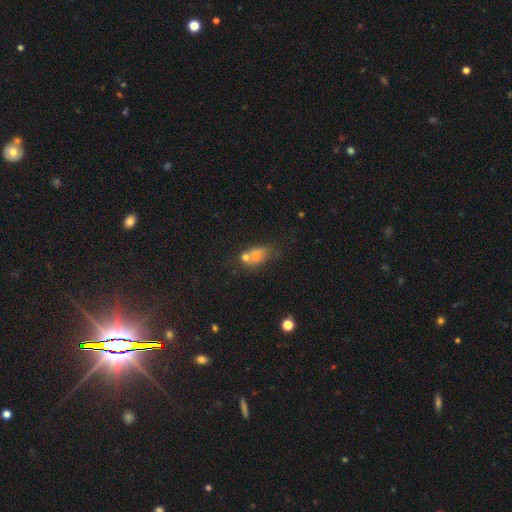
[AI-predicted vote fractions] Smooth or featured? smooth (60%)
How rounded? in between (60%)
Merging? merger (48%)